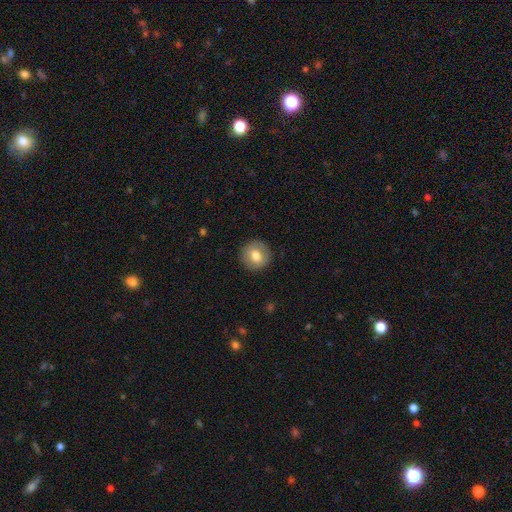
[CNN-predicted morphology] Smooth or featured: smooth — 77% (featured or disk — 15%)
How rounded: round — 94% (in between — 5%)
Merging: none — 90% (minor disturbance — 7%)